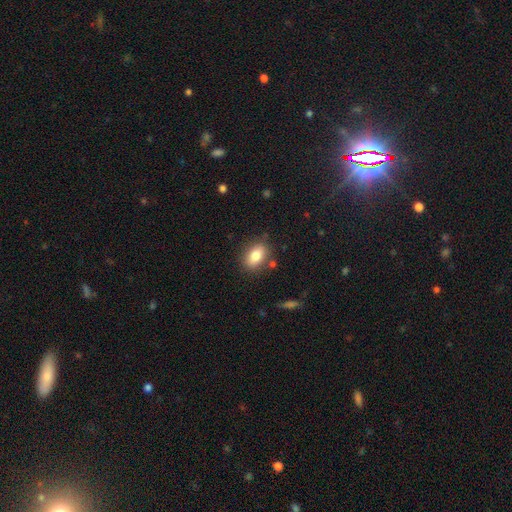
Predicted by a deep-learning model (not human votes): A smooth galaxy with no disk features (82%) that is in between round and cigar-shaped (84%). Merging: none (81%).